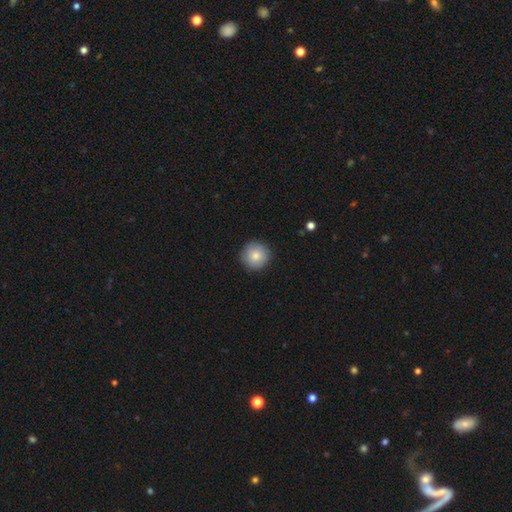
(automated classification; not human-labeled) smooth 82%, featured or disk 11%, star or artifact 7%. Down the decision tree: how rounded — round (95%); merging — none (90%).